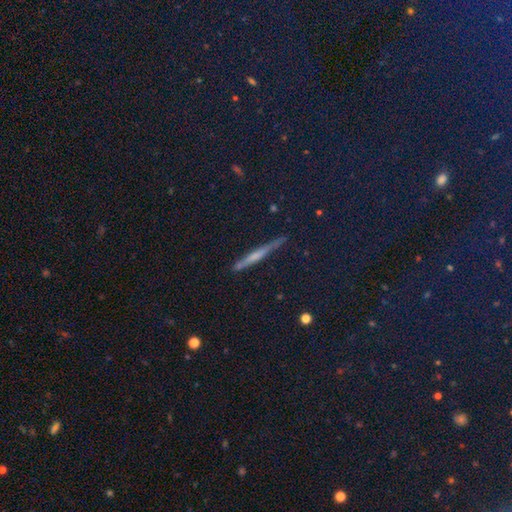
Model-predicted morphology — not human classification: Smooth or featured: smooth — 41% (featured or disk — 39%)
Merging: none — 84% (minor disturbance — 11%)